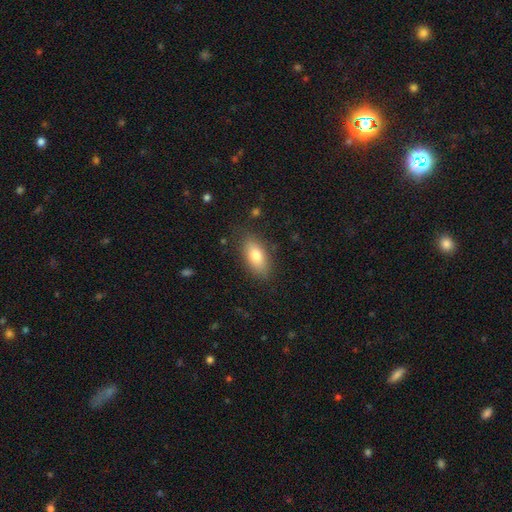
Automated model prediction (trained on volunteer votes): Smooth or featured?
  - smooth: 78% *
  - featured or disk: 15%
  - star or artifact: 7%
How rounded?
  - in between: 88% *
  - cigar-shaped: 8%
  - round: 4%
Merging?
  - none: 82% *
  - minor disturbance: 13%
  - major disturbance: 4%
  - merger: 1%